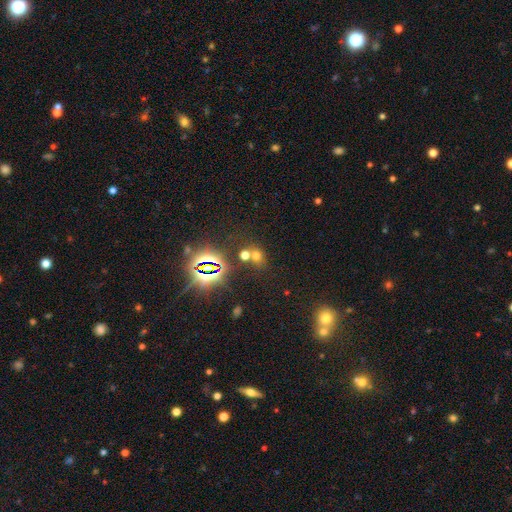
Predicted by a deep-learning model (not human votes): This is possibly a smooth galaxy (53%). How rounded: likely round (66%). Merging: possibly none (54%).